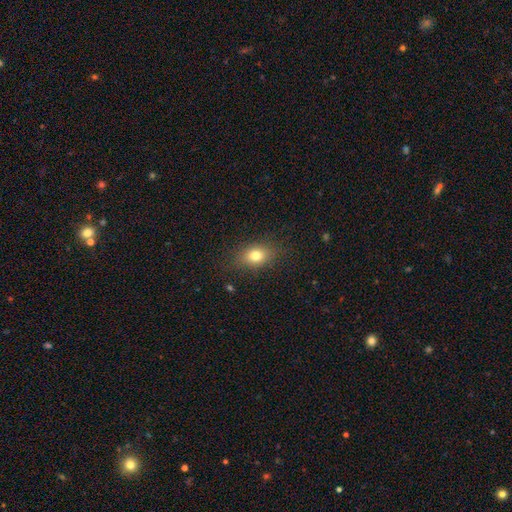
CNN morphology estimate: Smooth or featured?
  - smooth: 78% *
  - star or artifact: 11%
  - featured or disk: 11%
How rounded?
  - in between: 68% *
  - round: 30%
  - cigar-shaped: 2%
Merging?
  - none: 83% *
  - minor disturbance: 12%
  - major disturbance: 4%
  - merger: 1%